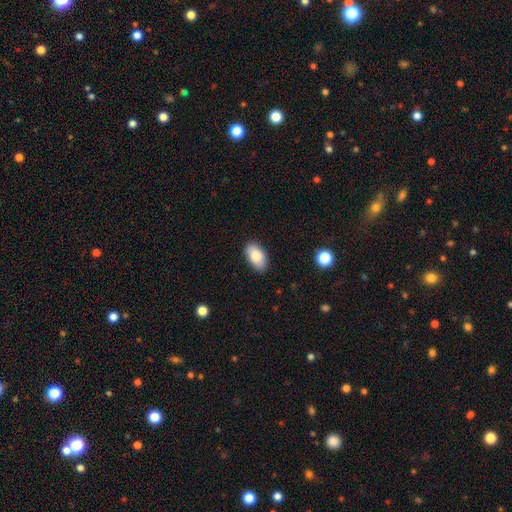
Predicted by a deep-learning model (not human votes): smooth_or_featured: smooth (p=0.83) [alt: featured or disk p=0.10]
how_rounded: in between (p=0.93) [alt: round p=0.05]
merging: none (p=0.86) [alt: minor disturbance p=0.11]